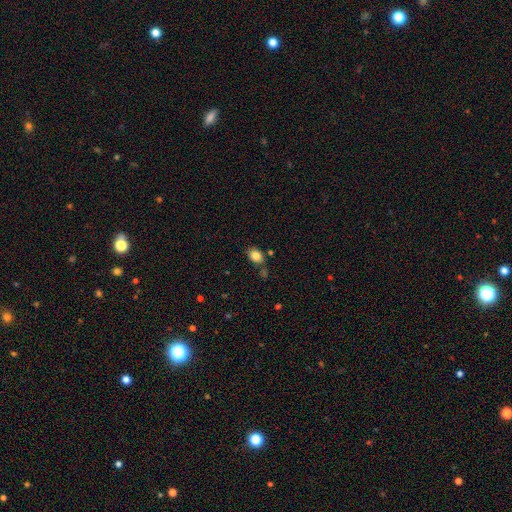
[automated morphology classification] Smooth or featured? smooth (83%)
How rounded? in between (72%)
Merging? none (70%)